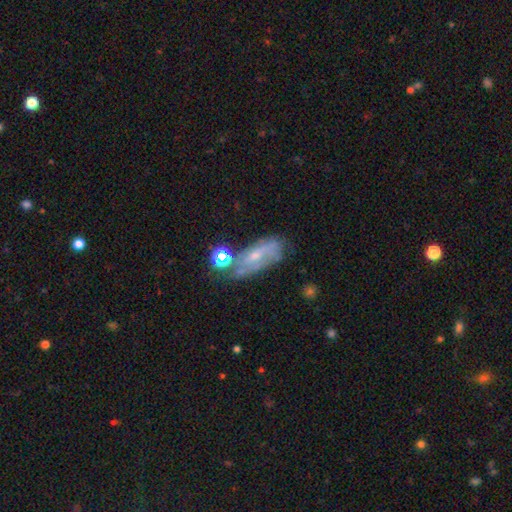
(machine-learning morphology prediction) Smooth or featured?
  - featured or disk: 60% *
  - smooth: 28%
  - star or artifact: 12%
Edge-on disk?
  - no: 85% *
  - yes: 15%
Bar?
  - no: 51% *
  - weak: 36%
  - strong: 13%
Spiral arms?
  - yes: 75% *
  - no: 25%
Bulge size?
  - small: 65% *
  - moderate: 28%
  - none: 5%
  - large: 2%
  - dominant: 1%
Merging?
  - none: 45% *
  - minor disturbance: 24%
  - merger: 16%
  - major disturbance: 15%